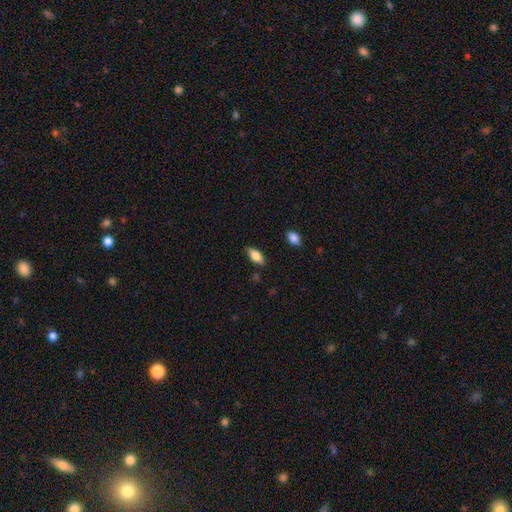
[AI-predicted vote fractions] This is likely a smooth galaxy (77%). How rounded: clearly in between (84%). Merging: clearly none (85%).